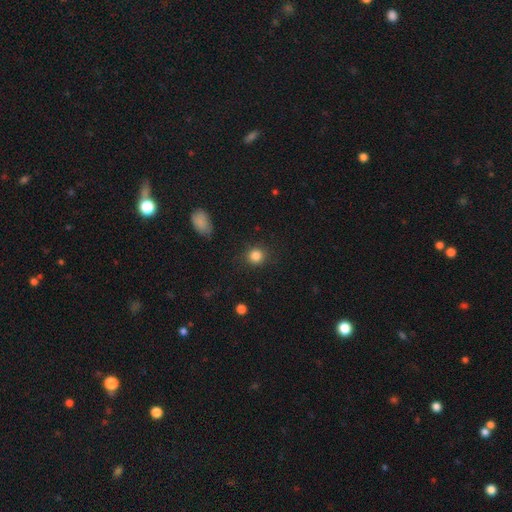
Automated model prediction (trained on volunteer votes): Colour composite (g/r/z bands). It shows a smooth galaxy with no disk features (85%) that is round (89%). Merging: none (87%).